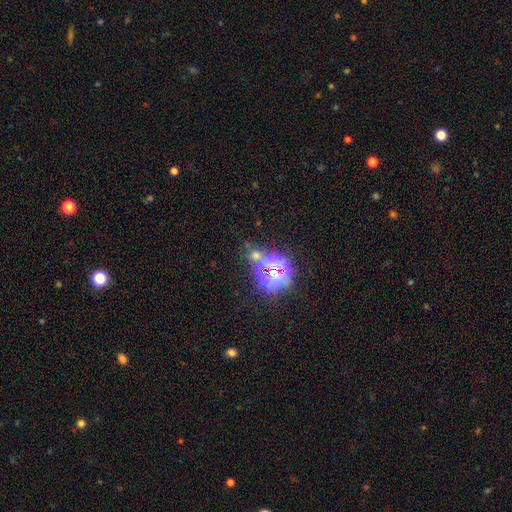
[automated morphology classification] smooth-or-featured: star or artifact: 60% | smooth: 32% | featured or disk: 8%